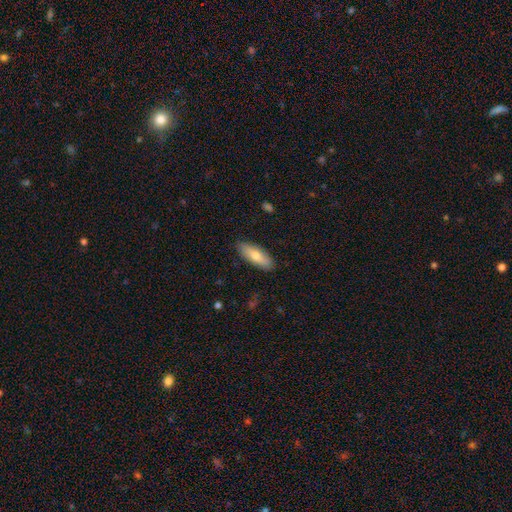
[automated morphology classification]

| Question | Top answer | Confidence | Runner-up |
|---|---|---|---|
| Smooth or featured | smooth | 71% | featured or disk (23%) |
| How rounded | in between | 65% | cigar-shaped (33%) |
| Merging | none | 88% | minor disturbance (9%) |